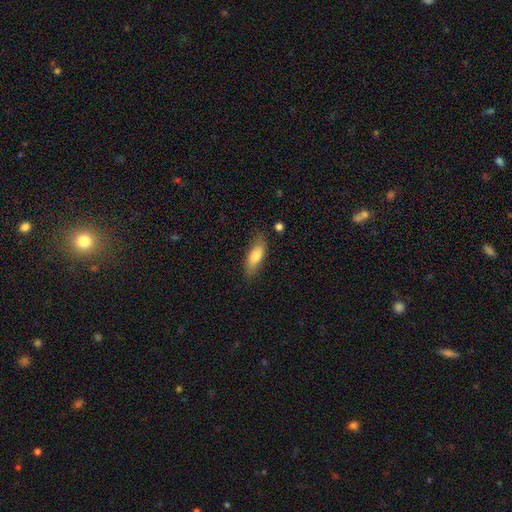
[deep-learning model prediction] A smooth galaxy with no disk features (75%) that is in between round and cigar-shaped (58%).

Vote fractions:
- Smooth or featured? smooth: 75% / featured or disk: 19% / star or artifact: 7%
- How rounded? in between: 58% / cigar-shaped: 39% / round: 2%
- Merging? none: 75% / minor disturbance: 18% / major disturbance: 4% / merger: 2%